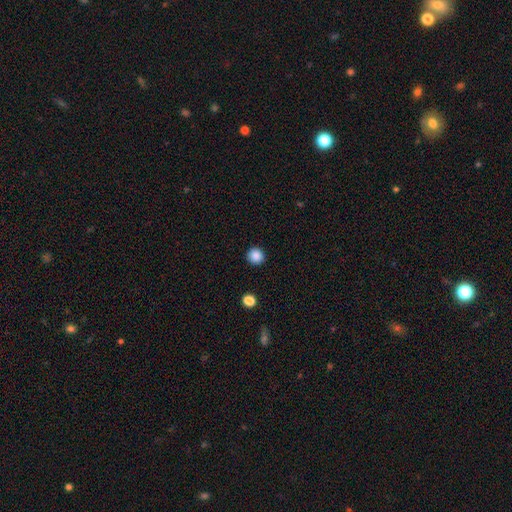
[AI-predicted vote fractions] This is clearly a smooth galaxy (88%). How rounded: clearly round (94%). Merging: clearly none (93%).